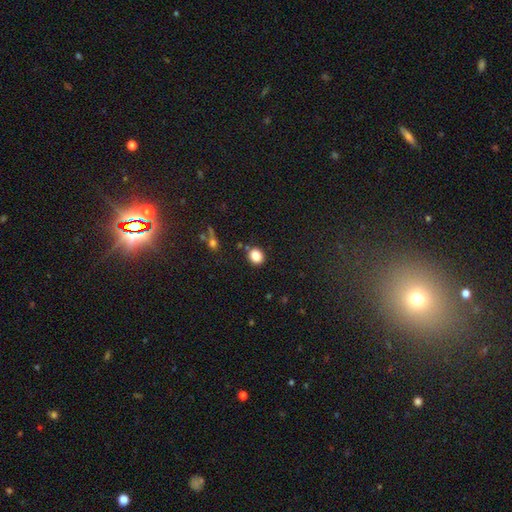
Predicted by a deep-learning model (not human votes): smooth 85%, star or artifact 10%, featured or disk 5%. Down the decision tree: how rounded — round (69%); merging — none (83%).